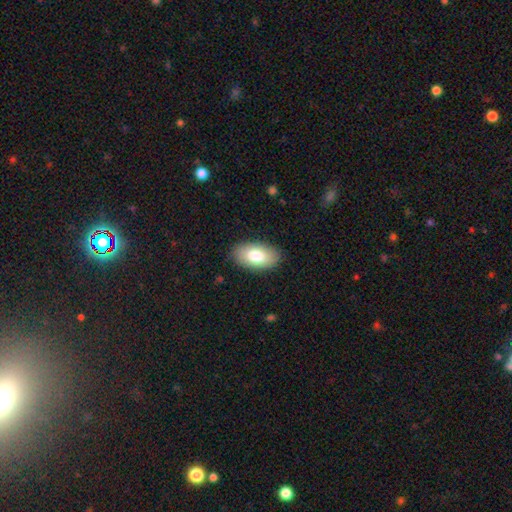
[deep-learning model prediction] Overall: smooth (80%). How rounded: in between (94%). Merging: none (87%).